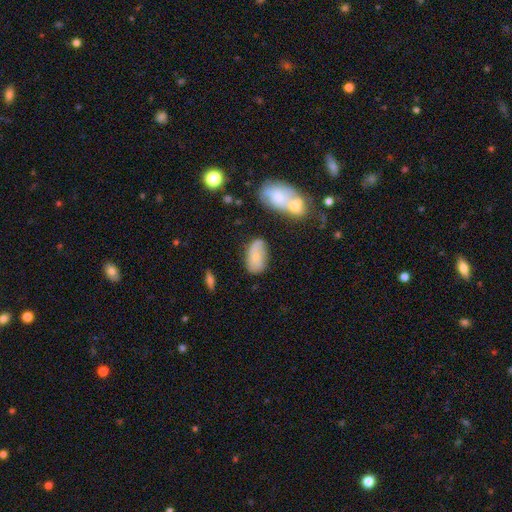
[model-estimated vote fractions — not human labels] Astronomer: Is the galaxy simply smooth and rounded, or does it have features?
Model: smooth — 63%.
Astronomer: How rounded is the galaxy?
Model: in between — 92%.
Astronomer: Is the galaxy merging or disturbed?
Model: none — 52% (runner-up: minor disturbance, 29%).